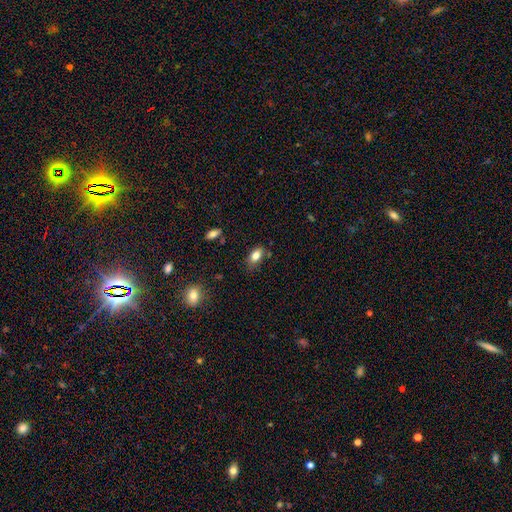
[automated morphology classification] Smooth or featured: smooth — 80% (featured or disk — 11%)
How rounded: in between — 87% (round — 7%)
Merging: none — 69% (minor disturbance — 22%)